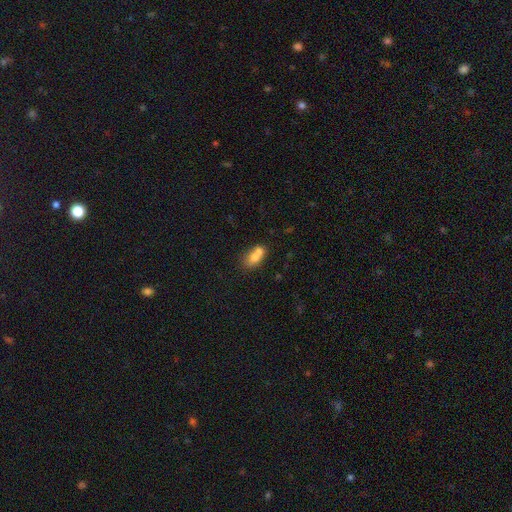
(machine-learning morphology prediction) Smooth or featured? smooth (70%)
How rounded? in between (72%)
Merging? merger (58%)